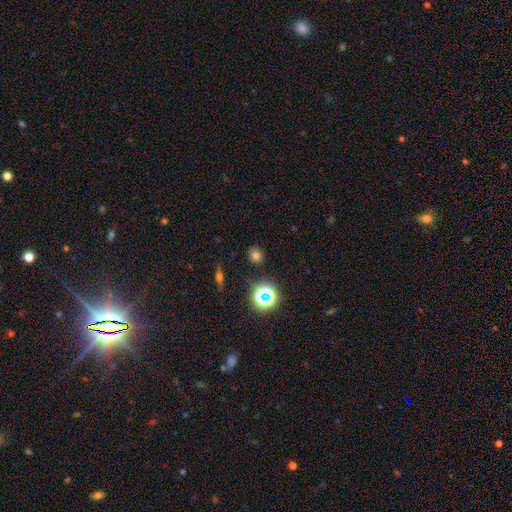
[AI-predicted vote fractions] Smooth or featured? Predicted: smooth (p=0.70). How rounded? Predicted: round (p=0.85). Merging? Predicted: none (p=0.87).